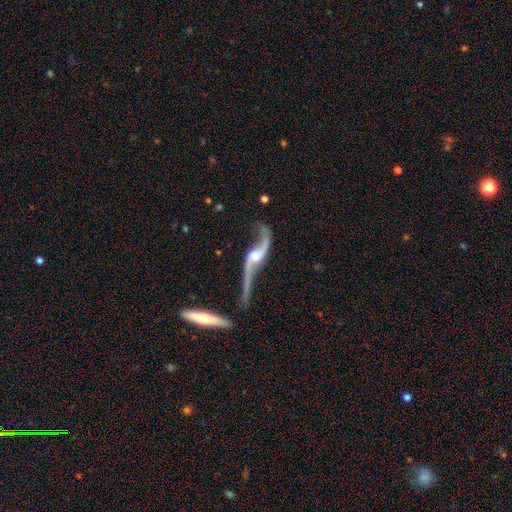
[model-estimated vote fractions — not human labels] Q: Smooth or featured?
A: featured or disk (89%); runner-up: smooth (6%)
Q: Edge-on disk?
A: no (85%); runner-up: yes (15%)
Q: Bar?
A: no (50%); runner-up: weak (37%)
Q: Spiral arms?
A: yes (94%); runner-up: no (6%)
Q: Spiral winding?
A: loose (95%); runner-up: medium (4%)
Q: Spiral arm count?
A: 2 (93%); runner-up: 1 (2%)
Q: Bulge size?
A: moderate (52%); runner-up: small (26%)
Q: Merging?
A: none (53%); runner-up: minor disturbance (19%)